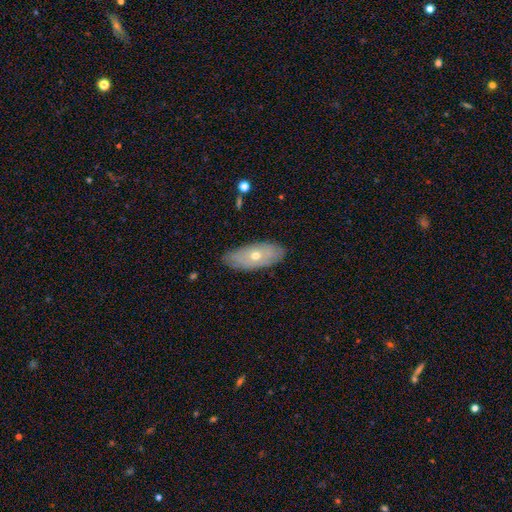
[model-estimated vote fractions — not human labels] Smooth or featured: featured or disk — 47% (smooth — 46%)
Merging: none — 81% (minor disturbance — 15%)